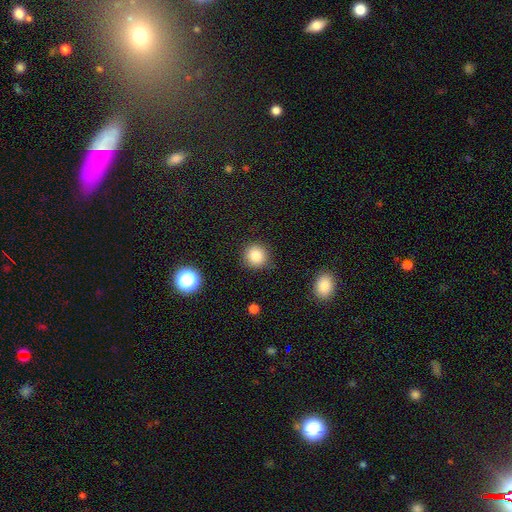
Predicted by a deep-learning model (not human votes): Smooth or featured? smooth (85%)
How rounded? round (92%)
Merging? none (87%)